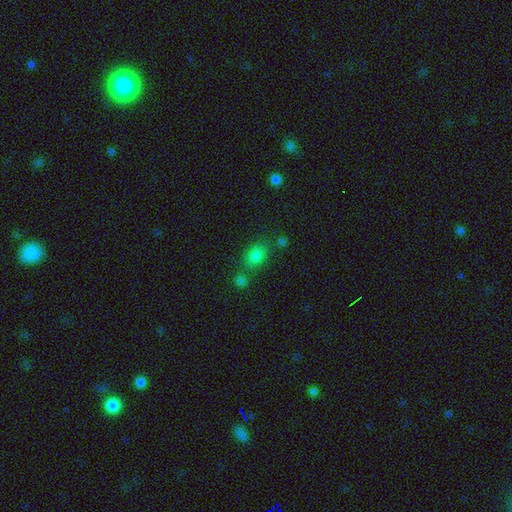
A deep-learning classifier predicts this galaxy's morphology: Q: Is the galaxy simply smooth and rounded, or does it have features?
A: smooth — 80%.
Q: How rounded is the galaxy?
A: in between — 78%.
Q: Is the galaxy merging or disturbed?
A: none — 62%.